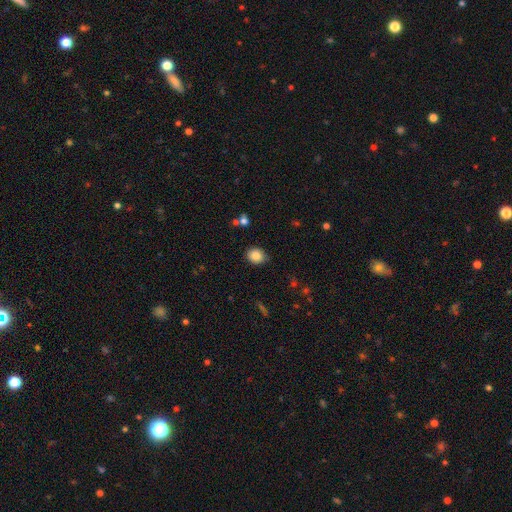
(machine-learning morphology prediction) A smooth galaxy with no disk features (85%) that is round (71%).

Vote fractions:
- Smooth or featured? smooth: 85% / star or artifact: 9% / featured or disk: 5%
- How rounded? round: 71% / in between: 28% / cigar-shaped: 1%
- Merging? none: 84% / minor disturbance: 12% / major disturbance: 2% / merger: 2%